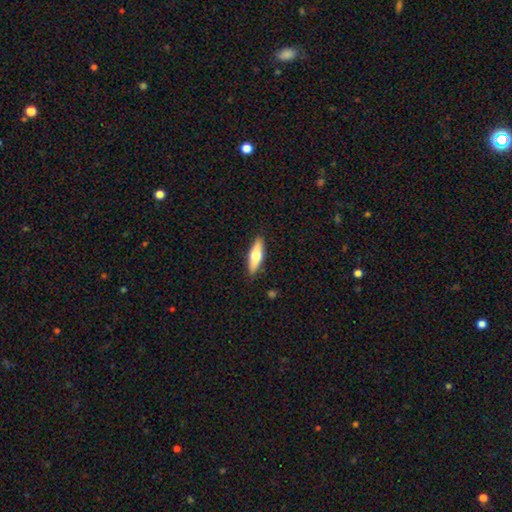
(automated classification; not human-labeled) The model was most divided on "how rounded": cigar-shaped: 54%, in between: 44%, round: 2%. More confident: merging — none (89%); smooth or featured — smooth (57%).